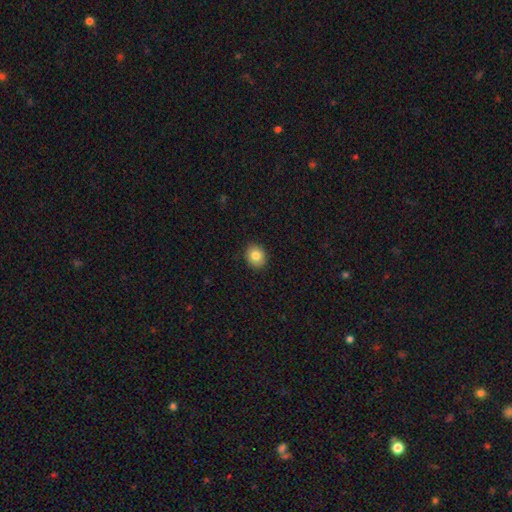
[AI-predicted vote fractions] Smooth or featured: smooth — 83% (star or artifact — 9%)
How rounded: round — 58% (in between — 41%)
Merging: none — 90% (minor disturbance — 7%)